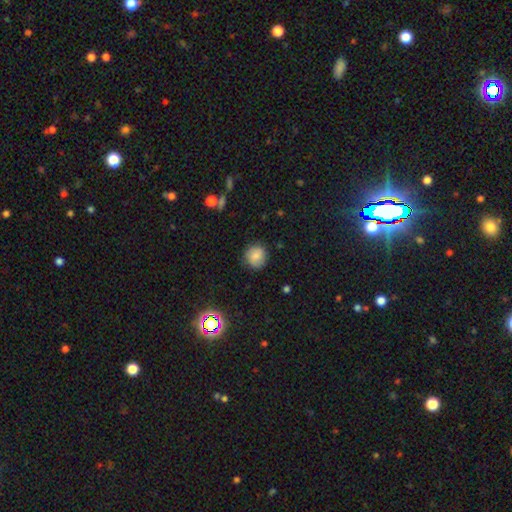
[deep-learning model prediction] Morphology: type=smooth (82%); roundness=round (89%); merging=none (83%).